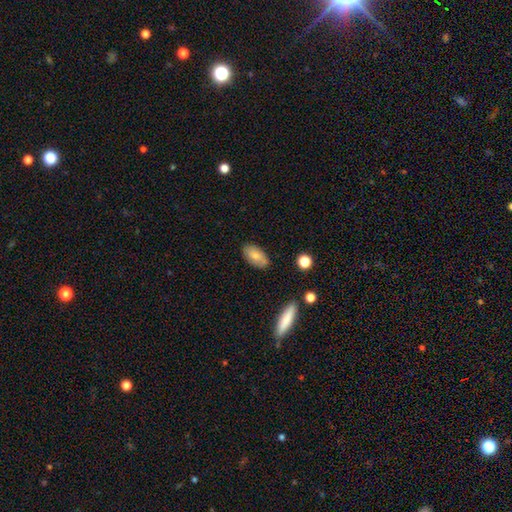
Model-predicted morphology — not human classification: smooth 76%, featured or disk 17%, star or artifact 7%. Down the decision tree: how rounded — in between (93%); merging — none (77%).